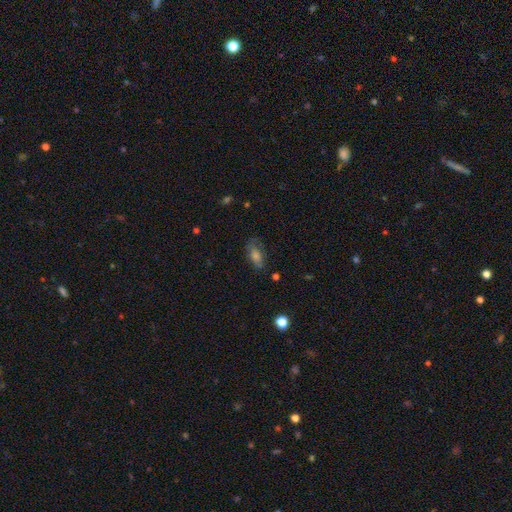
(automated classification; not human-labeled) The model was most divided on "smooth or featured": smooth: 59%, featured or disk: 25%, star or artifact: 16%. More confident: how rounded — in between (77%); merging — none (69%).